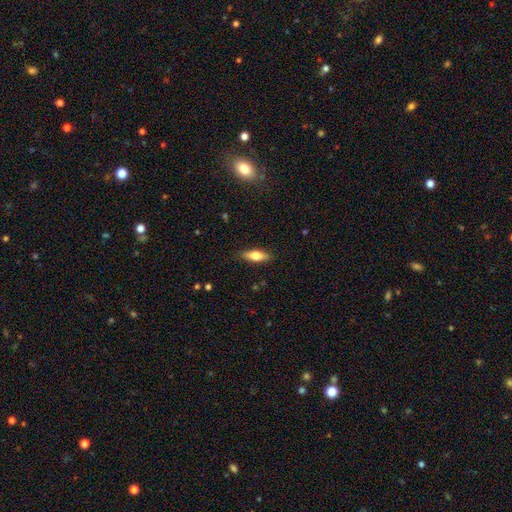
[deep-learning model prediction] The model was most divided on "how rounded": in between: 57%, cigar-shaped: 40%, round: 2%. More confident: merging — none (88%); smooth or featured — smooth (65%).